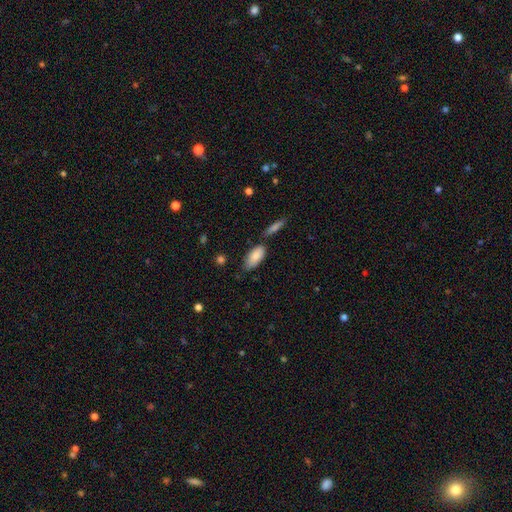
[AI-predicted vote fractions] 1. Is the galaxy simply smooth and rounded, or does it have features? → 82% smooth, 11% featured or disk, 6% star or artifact.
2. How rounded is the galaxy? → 88% in between, 10% cigar-shaped, 2% round.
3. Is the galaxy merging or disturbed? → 69% none, 17% minor disturbance, 11% merger, 3% major disturbance.